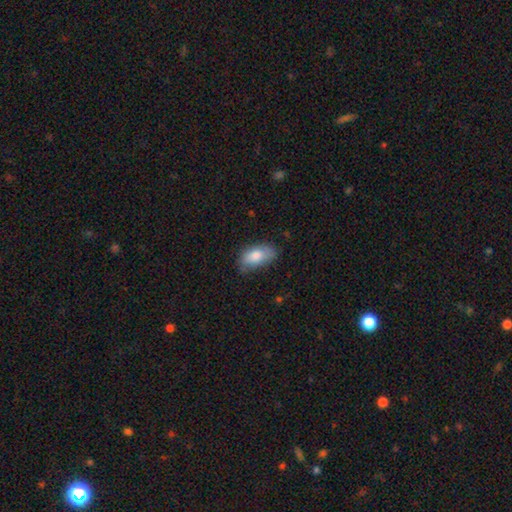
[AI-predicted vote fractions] smooth-or-featured: smooth: 81% | featured or disk: 12% | star or artifact: 7%
  how-rounded: in between: 92% | cigar-shaped: 4% | round: 4%
  merging: none: 65% | minor disturbance: 28% | major disturbance: 6% | merger: 2%